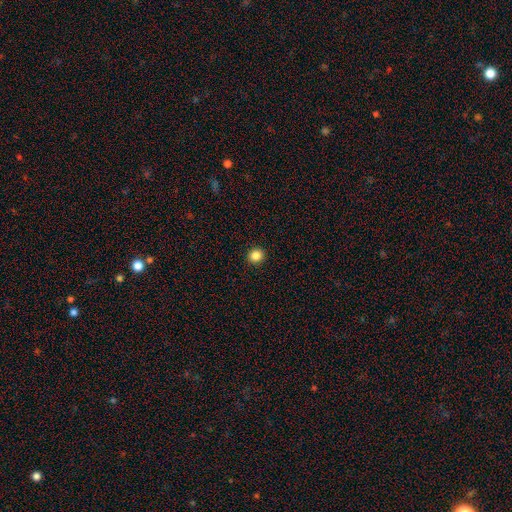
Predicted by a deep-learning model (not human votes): Smooth or featured? Predicted: smooth (p=0.86). How rounded? Predicted: round (p=0.88). Merging? Predicted: none (p=0.93).